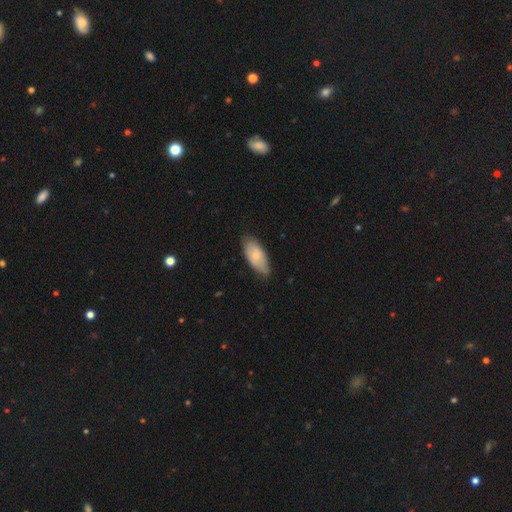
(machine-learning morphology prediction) Q: Smooth or featured?
A: smooth (68%); runner-up: featured or disk (27%)
Q: How rounded?
A: in between (89%); runner-up: cigar-shaped (8%)
Q: Merging?
A: none (74%); runner-up: minor disturbance (22%)